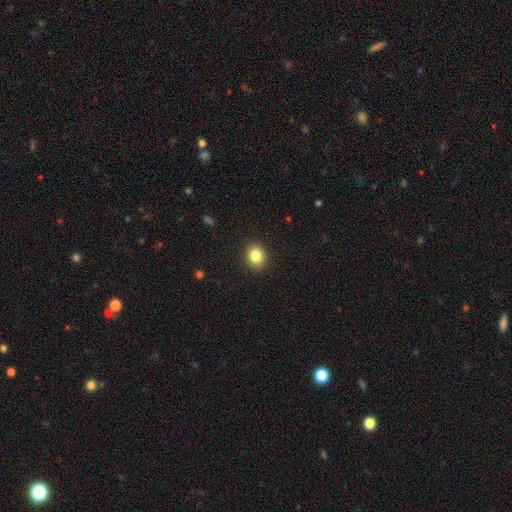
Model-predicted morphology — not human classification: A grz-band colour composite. It shows a smooth galaxy with no disk features (85%) that is round (64%). Merging: none (90%).